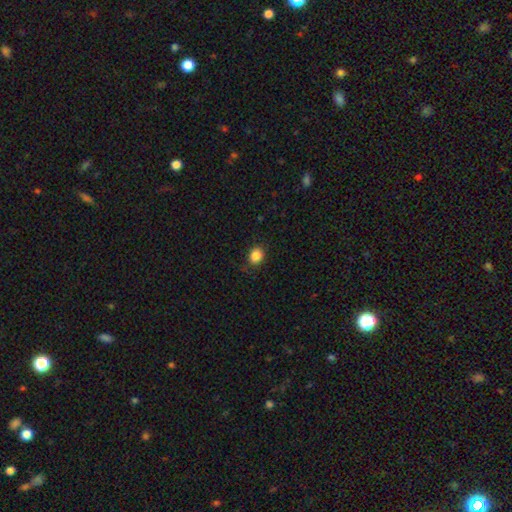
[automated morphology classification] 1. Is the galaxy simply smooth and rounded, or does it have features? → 86% smooth, 10% star or artifact, 4% featured or disk.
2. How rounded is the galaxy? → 63% round, 36% in between, 1% cigar-shaped.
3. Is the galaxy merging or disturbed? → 84% none, 12% minor disturbance, 3% major disturbance, 1% merger.